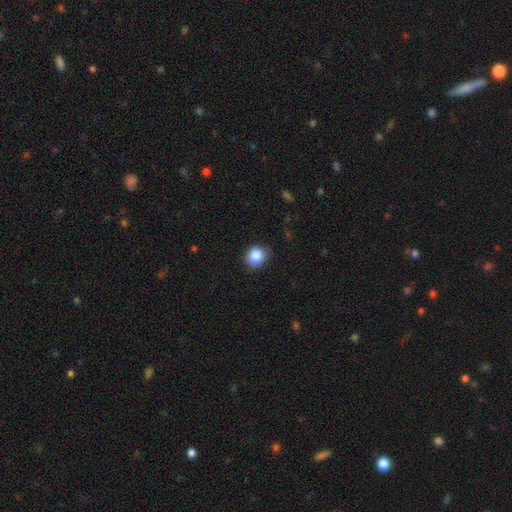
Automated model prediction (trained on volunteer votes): smooth 86%, star or artifact 9%, featured or disk 5%. Down the decision tree: how rounded — round (60%); merging — none (83%).